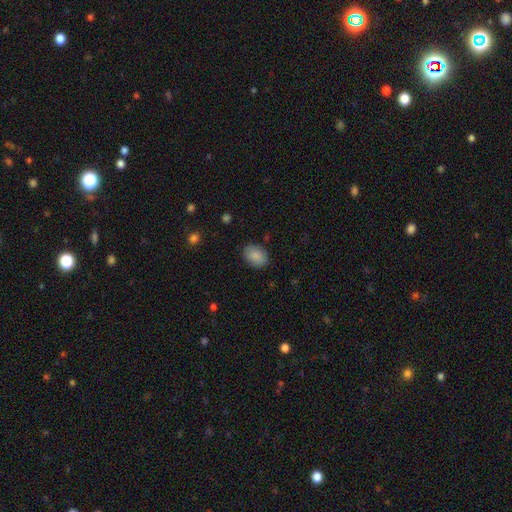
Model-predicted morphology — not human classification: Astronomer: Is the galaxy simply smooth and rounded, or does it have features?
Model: smooth — 88%.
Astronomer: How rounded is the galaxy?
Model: in between — 77%.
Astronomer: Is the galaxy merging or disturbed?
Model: none — 85%.